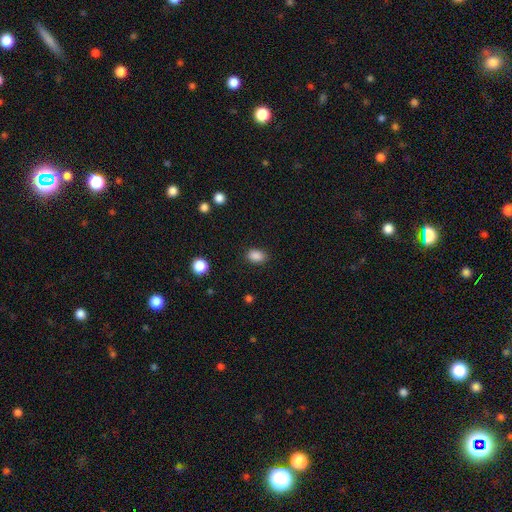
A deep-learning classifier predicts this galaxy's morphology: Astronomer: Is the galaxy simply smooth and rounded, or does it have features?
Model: smooth — 87%.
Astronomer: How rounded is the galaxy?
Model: in between — 79%.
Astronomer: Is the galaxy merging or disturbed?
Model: none — 85%.